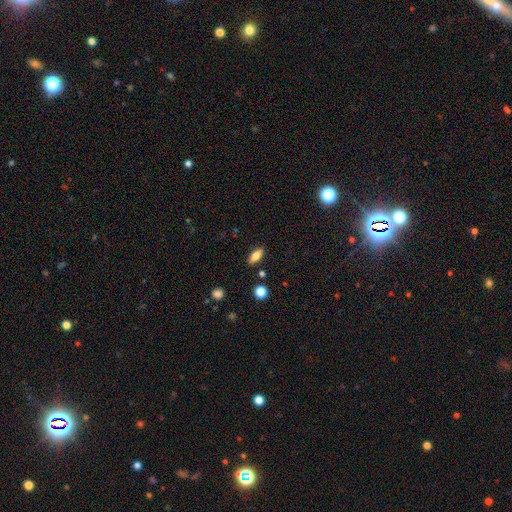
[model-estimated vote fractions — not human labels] Smooth or featured?
  - smooth: 75% *
  - featured or disk: 16%
  - star or artifact: 8%
How rounded?
  - in between: 78% *
  - cigar-shaped: 18%
  - round: 4%
Merging?
  - none: 87% *
  - minor disturbance: 9%
  - merger: 2%
  - major disturbance: 2%